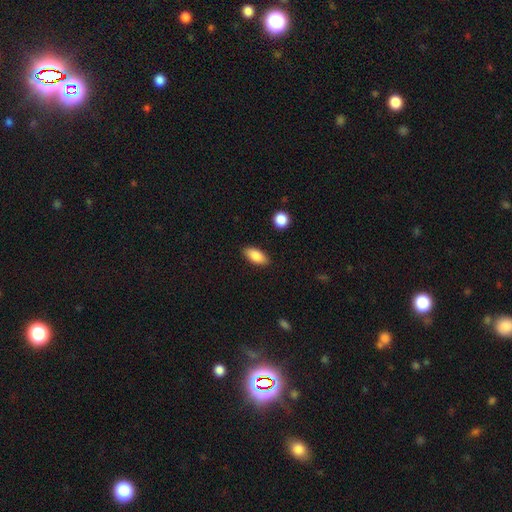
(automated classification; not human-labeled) Overall: smooth (86%). How rounded: in between (89%). Merging: none (88%).